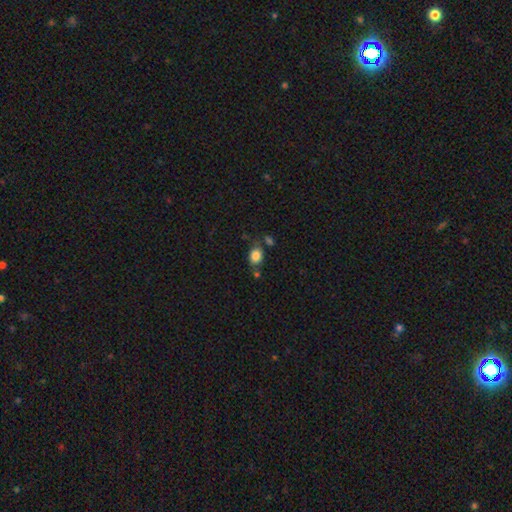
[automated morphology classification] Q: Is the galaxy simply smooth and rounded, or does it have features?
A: smooth — 84%.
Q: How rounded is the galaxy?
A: in between — 58%.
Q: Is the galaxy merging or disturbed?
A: none — 65%.